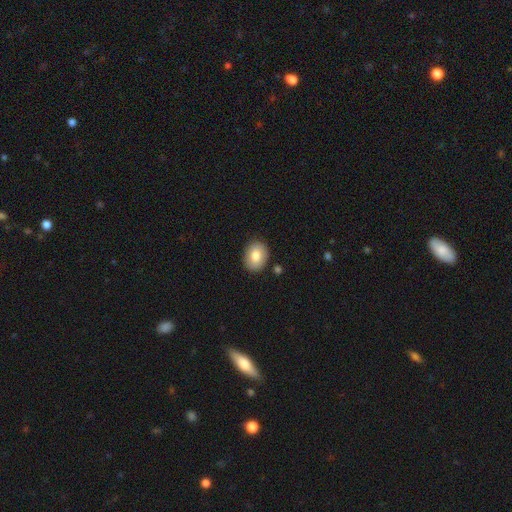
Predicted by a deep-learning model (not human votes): This appears to be a smooth galaxy with no disk features (82%) that is in between round and cigar-shaped (62%). Merging: none (88%).